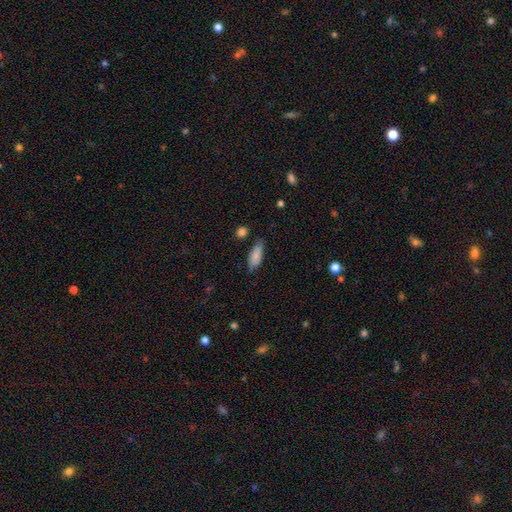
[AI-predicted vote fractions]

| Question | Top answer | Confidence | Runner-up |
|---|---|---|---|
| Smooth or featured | smooth | 83% | featured or disk (11%) |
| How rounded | in between | 74% | cigar-shaped (23%) |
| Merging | none | 74% | minor disturbance (20%) |